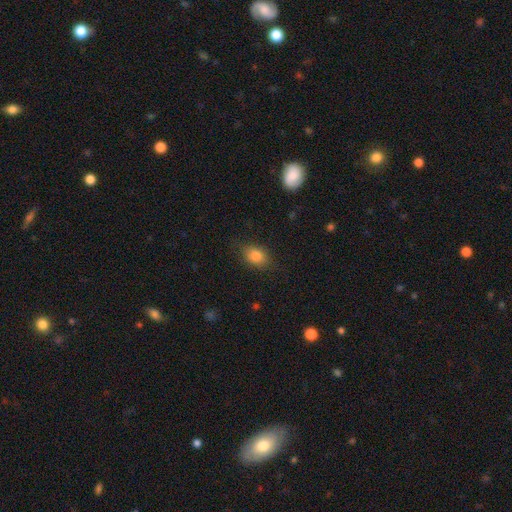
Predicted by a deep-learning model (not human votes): Morphology: type=smooth (83%); roundness=in between (66%); merging=none (76%).